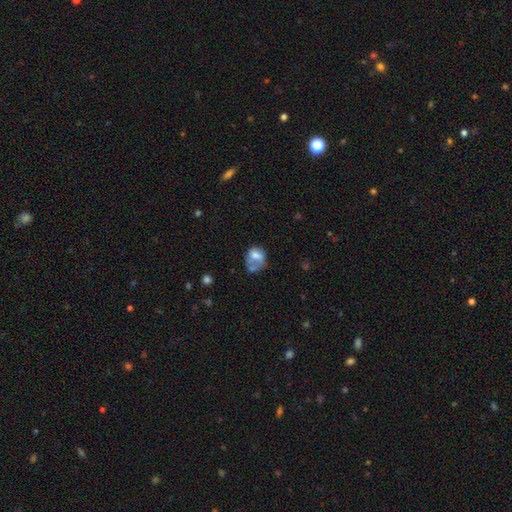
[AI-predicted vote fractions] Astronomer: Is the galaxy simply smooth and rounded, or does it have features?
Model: smooth — 61%.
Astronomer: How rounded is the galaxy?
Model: in between — 52% (runner-up: round, 47%).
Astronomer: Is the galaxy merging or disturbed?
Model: major disturbance — 27%, tied with none at 27%.